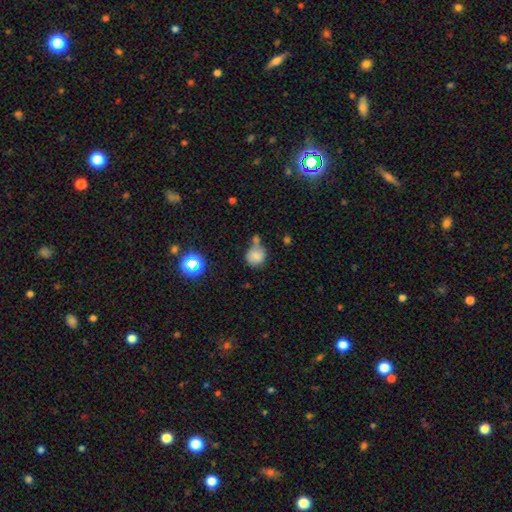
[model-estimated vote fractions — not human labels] Overall: smooth (75%). How rounded: round (81%). Merging: none (44%; merger 27%).